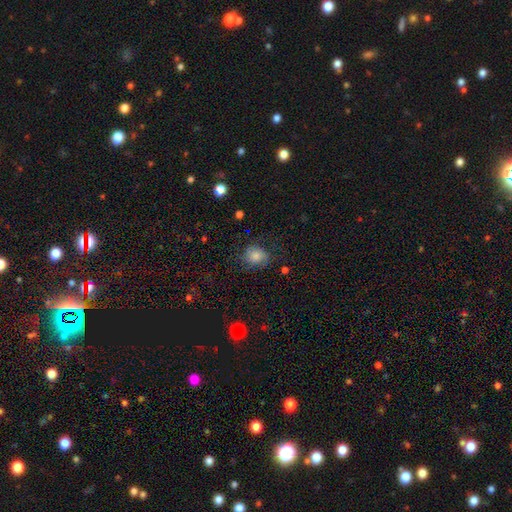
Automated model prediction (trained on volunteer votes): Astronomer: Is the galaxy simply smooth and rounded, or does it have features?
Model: smooth — 64%.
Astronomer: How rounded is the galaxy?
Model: round — 62% (runner-up: in between, 37%).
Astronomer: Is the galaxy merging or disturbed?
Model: none — 64%.